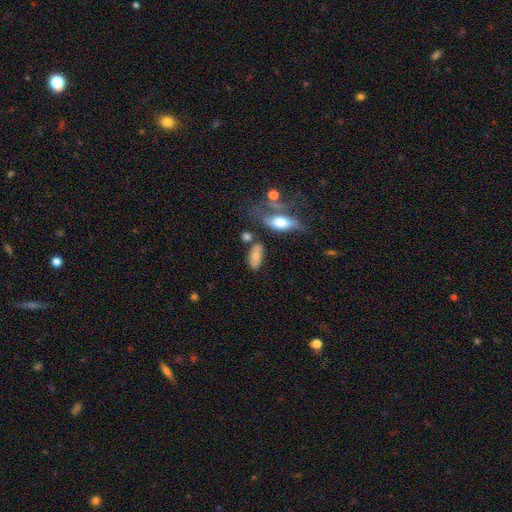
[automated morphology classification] Smooth or featured? Predicted: smooth (p=0.71). How rounded? Predicted: in between (p=0.82). Merging? Predicted: none (p=0.62).